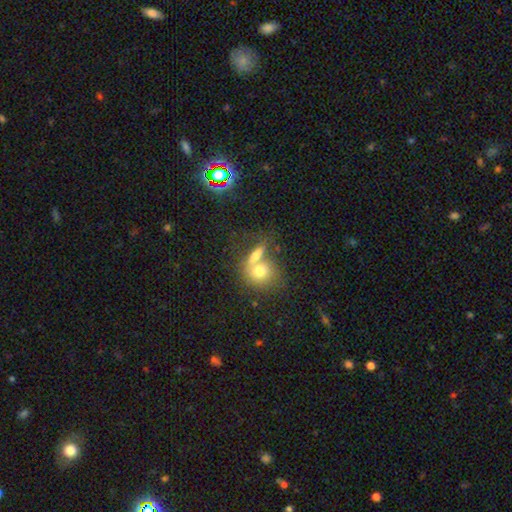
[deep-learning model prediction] This appears to be a smooth galaxy with no disk features (67%) that is round (50%). Merging: merger (54%).